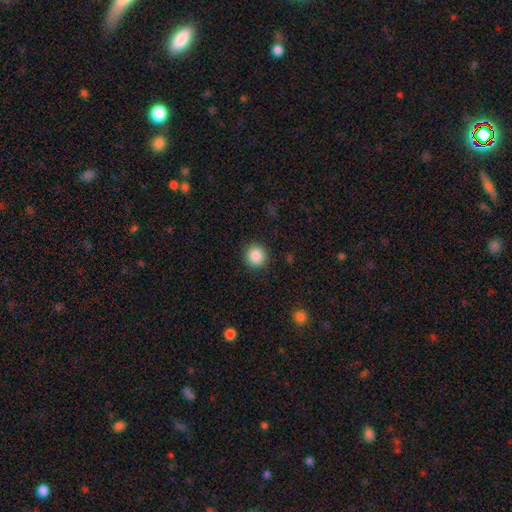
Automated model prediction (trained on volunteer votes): Smooth or featured? Predicted: smooth (p=0.87). How rounded? Predicted: round (p=0.92). Merging? Predicted: none (p=0.91).